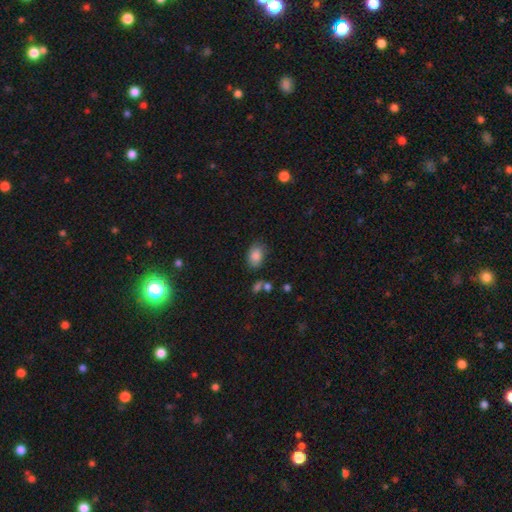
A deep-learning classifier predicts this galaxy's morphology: smooth 85%, star or artifact 9%, featured or disk 6%. Down the decision tree: how rounded — in between (81%); merging — none (74%).